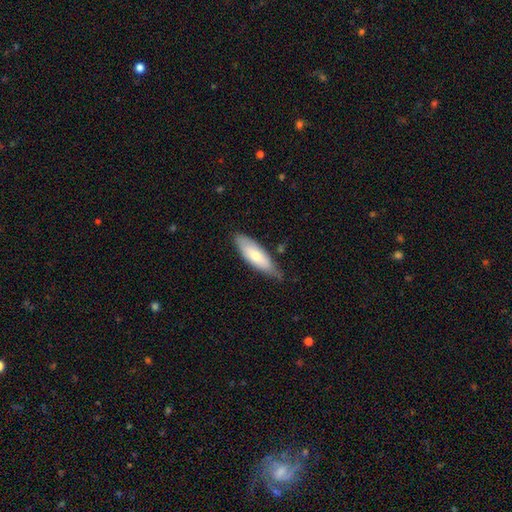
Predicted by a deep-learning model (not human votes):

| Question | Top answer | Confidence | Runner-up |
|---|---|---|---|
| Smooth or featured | smooth | 69% | featured or disk (25%) |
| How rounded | in between | 59% | cigar-shaped (40%) |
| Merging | none | 68% | minor disturbance (26%) |